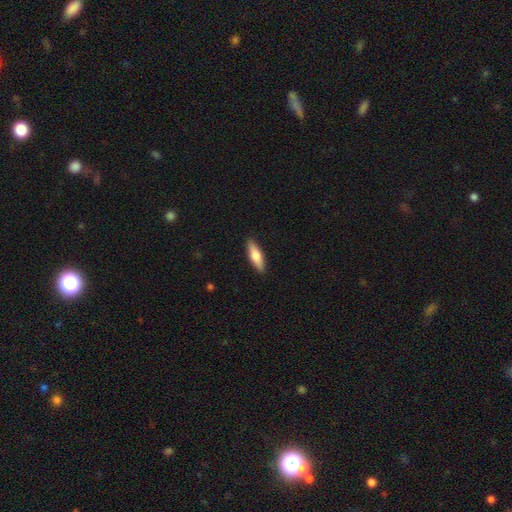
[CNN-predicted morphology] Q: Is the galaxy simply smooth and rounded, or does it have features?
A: smooth — 67%.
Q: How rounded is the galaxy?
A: cigar-shaped — 55%.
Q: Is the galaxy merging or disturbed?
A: none — 90%.